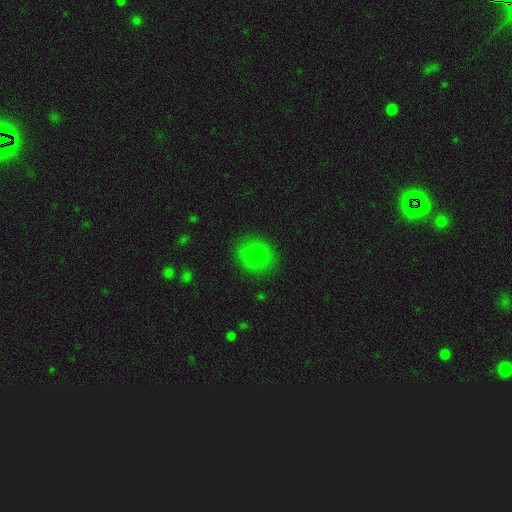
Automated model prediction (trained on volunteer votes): Smooth or featured? Predicted: smooth (p=0.74). How rounded? Predicted: round (p=0.72). Merging? Predicted: none (p=0.82).